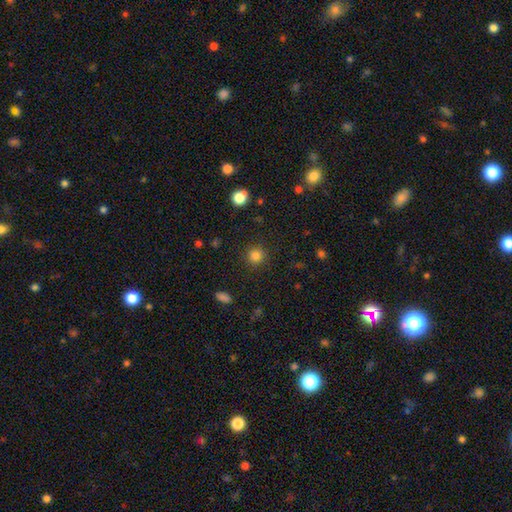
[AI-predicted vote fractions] smooth 82%, star or artifact 13%, featured or disk 5%. Down the decision tree: how rounded — round (93%); merging — none (90%).